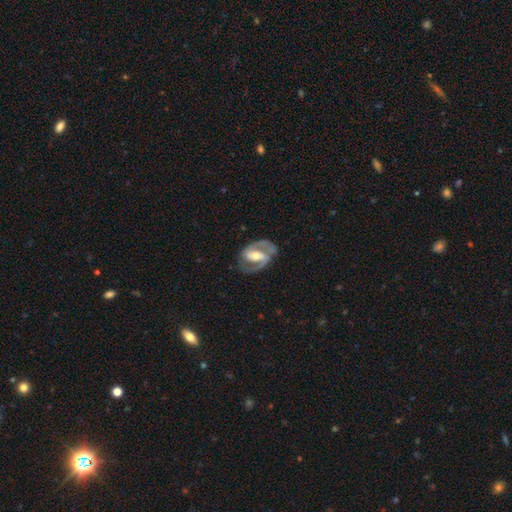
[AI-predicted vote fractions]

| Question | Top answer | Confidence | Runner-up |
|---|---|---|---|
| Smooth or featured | featured or disk | 88% | smooth (8%) |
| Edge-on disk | no | 97% | yes (3%) |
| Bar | strong | 46% | weak (36%) |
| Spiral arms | yes | 94% | no (6%) |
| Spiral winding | medium | 56% | tight (31%) |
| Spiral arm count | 2 | 91% | can't tell (3%) |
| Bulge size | moderate | 63% | small (29%) |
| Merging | none | 79% | minor disturbance (14%) |